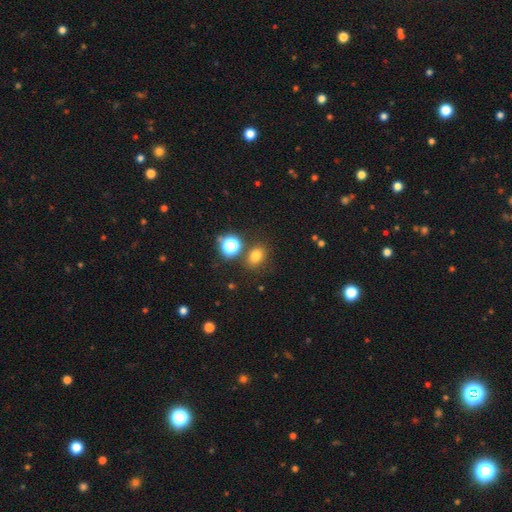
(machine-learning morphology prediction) type=smooth (75%); roundness=in between (53%); merging=none (78%).